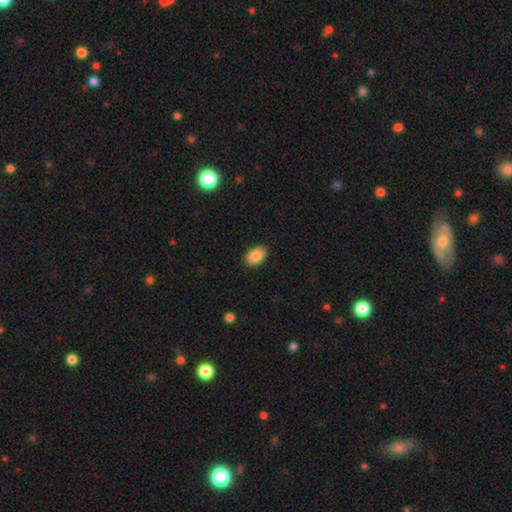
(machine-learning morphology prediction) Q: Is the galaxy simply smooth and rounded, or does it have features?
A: smooth — 87%.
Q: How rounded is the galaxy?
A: in between — 90%.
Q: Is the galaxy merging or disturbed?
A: none — 89%.